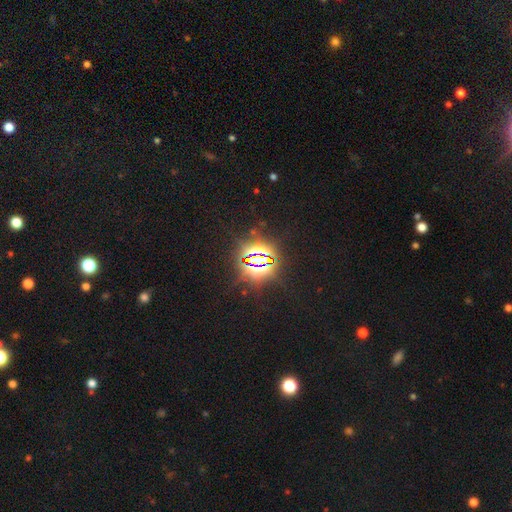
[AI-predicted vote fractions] A star or artifact, not a galaxy (83%).

Vote fractions:
- Smooth or featured? star or artifact: 83% / smooth: 10% / featured or disk: 7%